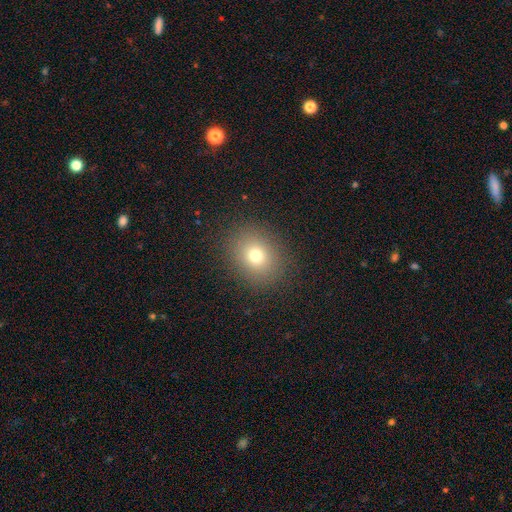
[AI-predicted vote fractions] Smooth or featured? smooth (73%)
How rounded? round (65%)
Merging? none (87%)